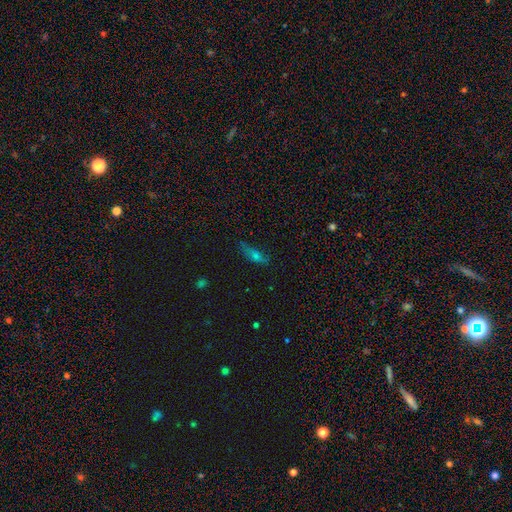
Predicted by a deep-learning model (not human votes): Smooth or featured? smooth (51%)
How rounded? in between (49%)
Merging? none (67%)